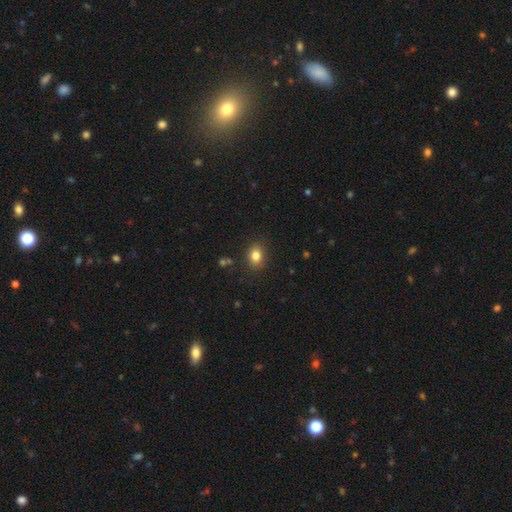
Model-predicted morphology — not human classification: This is clearly a smooth galaxy (82%). How rounded: likely in between (62%). Merging: clearly none (87%).